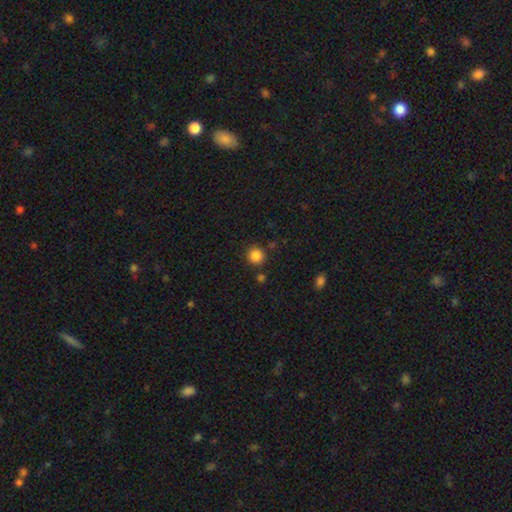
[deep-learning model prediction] Smooth or featured?
  - smooth: 86% *
  - star or artifact: 11%
  - featured or disk: 3%
How rounded?
  - round: 93% *
  - in between: 6%
  - cigar-shaped: 1%
Merging?
  - none: 87% *
  - minor disturbance: 7%
  - merger: 4%
  - major disturbance: 3%